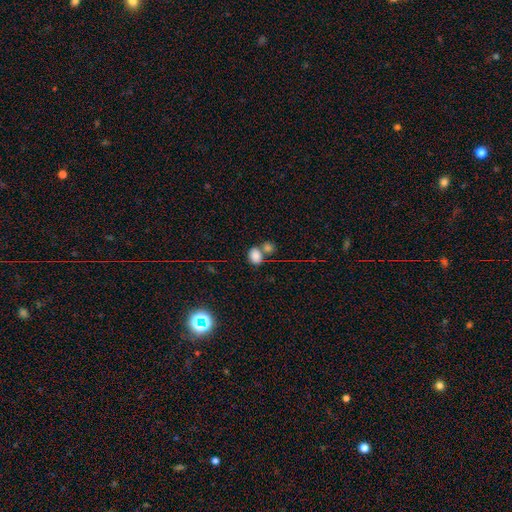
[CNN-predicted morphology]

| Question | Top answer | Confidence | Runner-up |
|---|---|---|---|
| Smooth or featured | smooth | 82% | star or artifact (11%) |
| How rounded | in between | 65% | round (34%) |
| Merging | none | 44% | merger (40%) |